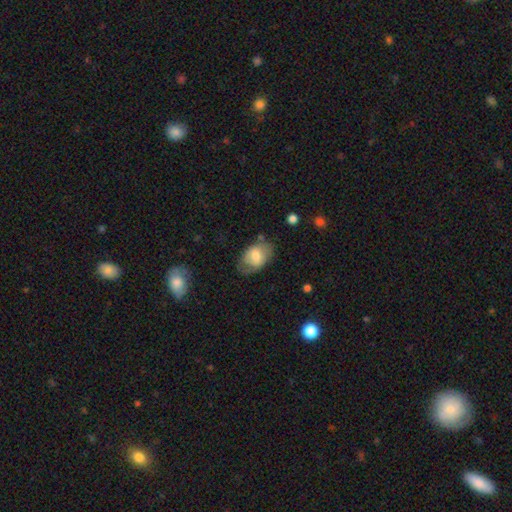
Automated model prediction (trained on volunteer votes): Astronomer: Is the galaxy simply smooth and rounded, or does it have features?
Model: smooth — 63%.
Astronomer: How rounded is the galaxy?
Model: in between — 82%.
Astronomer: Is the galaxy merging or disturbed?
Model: none — 55% (runner-up: minor disturbance, 30%).